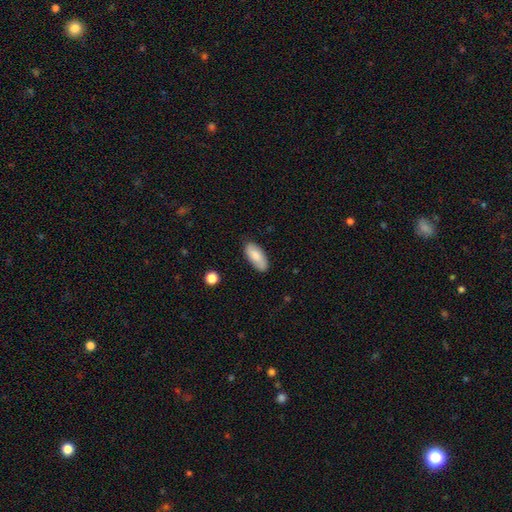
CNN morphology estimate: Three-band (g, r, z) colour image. It shows a smooth galaxy with no disk features (79%) that is in between round and cigar-shaped (87%). Merging: none (82%).